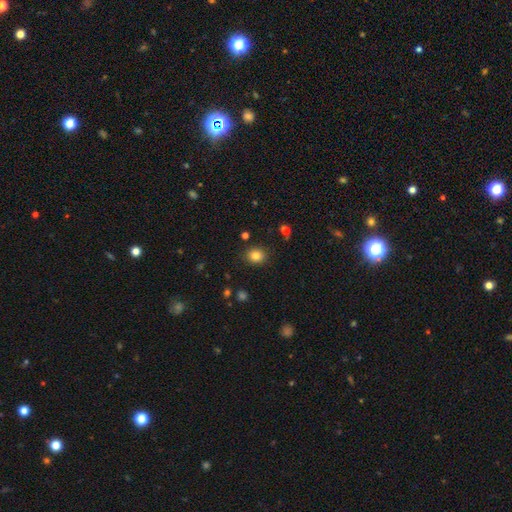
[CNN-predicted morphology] Smooth or featured? Predicted: smooth (p=0.82). How rounded? Predicted: round (p=0.71). Merging? Predicted: none (p=0.88).